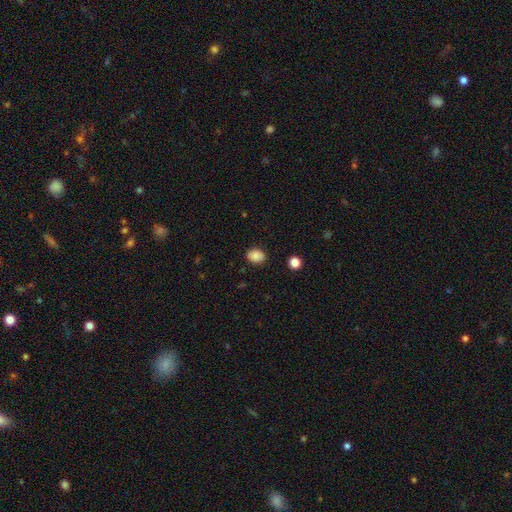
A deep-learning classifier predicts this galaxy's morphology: A smooth galaxy with no disk features (86%) that is in between round and cigar-shaped (59%).

Vote fractions:
- Smooth or featured? smooth: 86% / star or artifact: 9% / featured or disk: 5%
- How rounded? in between: 59% / round: 40% / cigar-shaped: 1%
- Merging? none: 84% / minor disturbance: 12% / major disturbance: 3% / merger: 1%